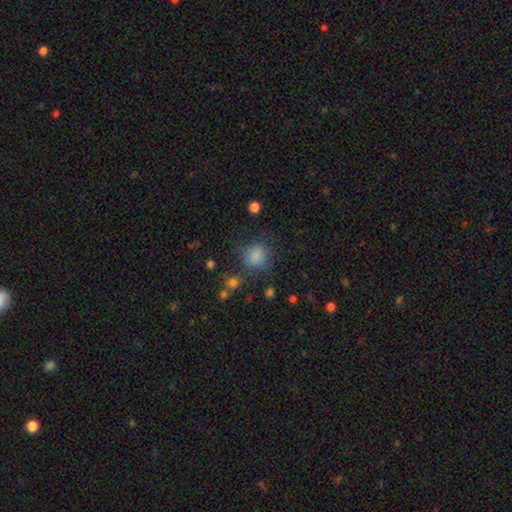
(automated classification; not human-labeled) A smooth galaxy with no disk features (79%) that is round (82%).

Vote fractions:
- Smooth or featured? smooth: 79% / star or artifact: 16% / featured or disk: 5%
- How rounded? round: 82% / in between: 17% / cigar-shaped: 1%
- Merging? none: 78% / minor disturbance: 12% / major disturbance: 6% / merger: 3%